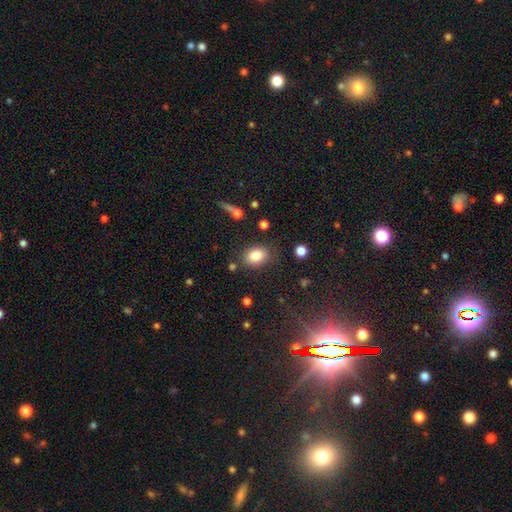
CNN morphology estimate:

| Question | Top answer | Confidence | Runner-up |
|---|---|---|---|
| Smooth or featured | smooth | 85% | star or artifact (9%) |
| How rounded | in between | 73% | round (26%) |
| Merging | none | 79% | minor disturbance (13%) |